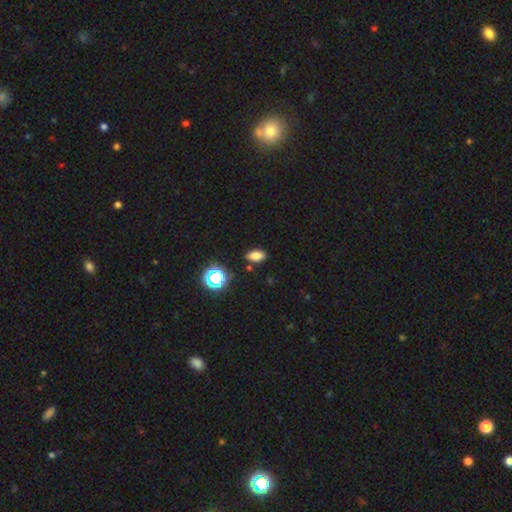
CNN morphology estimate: smooth_or_featured: smooth (p=0.77) [alt: star or artifact p=0.17]
how_rounded: in between (p=0.87) [alt: round p=0.08]
merging: none (p=0.87) [alt: minor disturbance p=0.09]